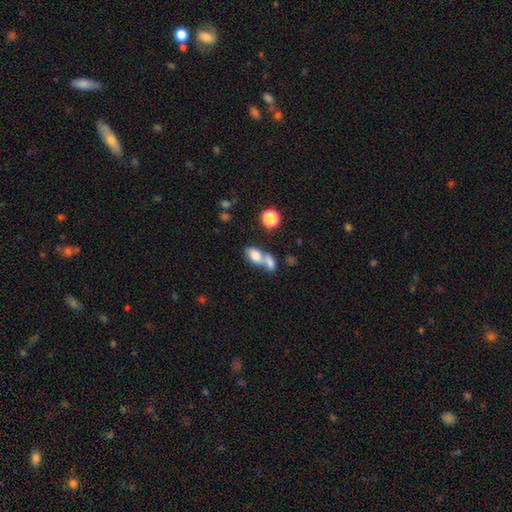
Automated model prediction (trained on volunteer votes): A smooth galaxy with no disk features (77%) that is in between round and cigar-shaped (84%). Merging: merger (62%).